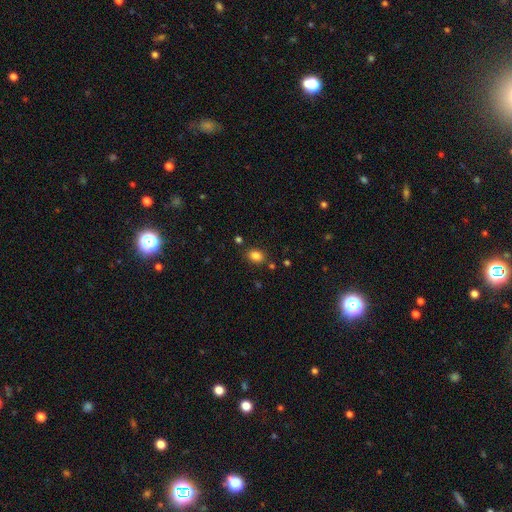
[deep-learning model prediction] Smooth or featured: smooth — 84% (star or artifact — 11%)
How rounded: in between — 70% (round — 29%)
Merging: none — 83% (minor disturbance — 10%)